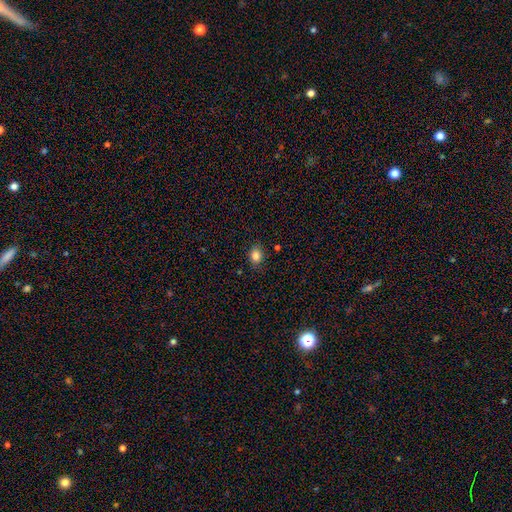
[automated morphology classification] Q: Smooth or featured?
A: smooth (84%); runner-up: star or artifact (10%)
Q: How rounded?
A: in between (64%); runner-up: round (35%)
Q: Merging?
A: none (83%); runner-up: minor disturbance (13%)